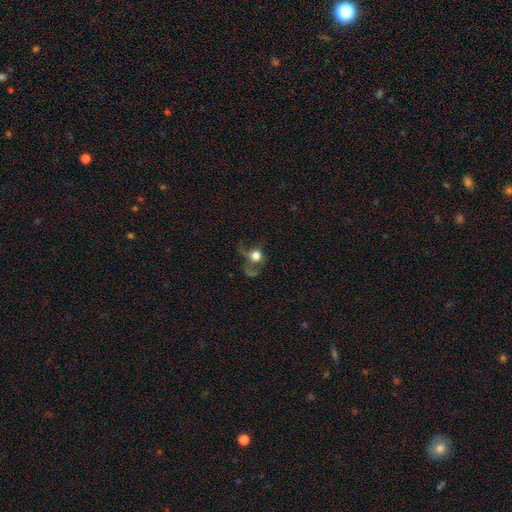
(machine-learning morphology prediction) A smooth galaxy with no disk features (61%) that is round (81%).

Vote fractions:
- Smooth or featured? smooth: 61% / featured or disk: 22% / star or artifact: 17%
- How rounded? round: 81% / in between: 17% / cigar-shaped: 2%
- Merging? major disturbance: 40% / none: 33% / minor disturbance: 15% / merger: 11%